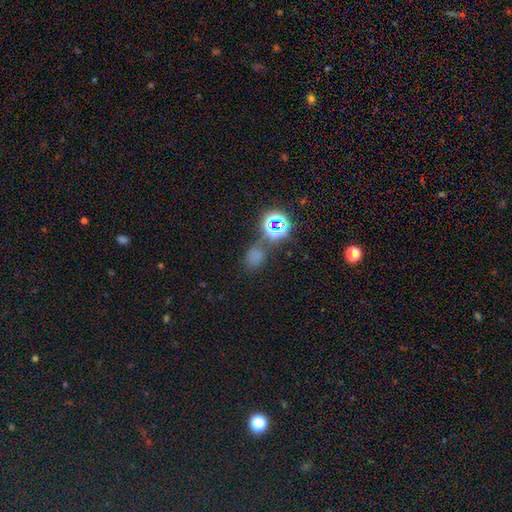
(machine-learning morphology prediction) This is possibly a smooth galaxy (55%). How rounded: possibly in between (56%). Merging: possibly none (58%).